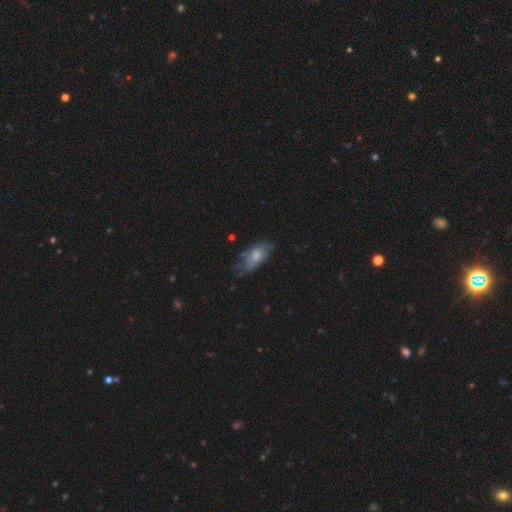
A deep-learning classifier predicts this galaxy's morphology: This is possibly a smooth galaxy (58%). How rounded: clearly in between (88%). Merging: marginally none (44%).